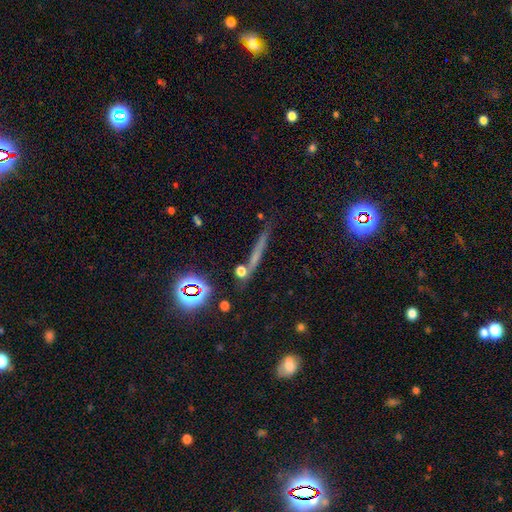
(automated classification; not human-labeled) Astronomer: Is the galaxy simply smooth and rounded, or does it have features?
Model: smooth — 40% (runner-up: featured or disk, 33%).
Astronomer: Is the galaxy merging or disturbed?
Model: none — 75%.